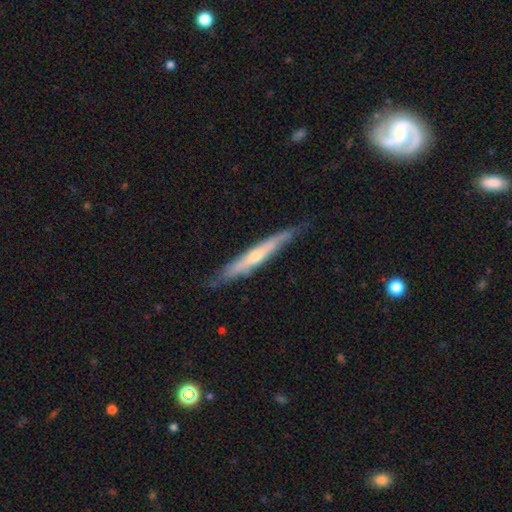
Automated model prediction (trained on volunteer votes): Smooth or featured? featured or disk (69%)
Edge-on disk? yes (90%)
Edge-on bulge? rounded (66%)
Merging? none (81%)